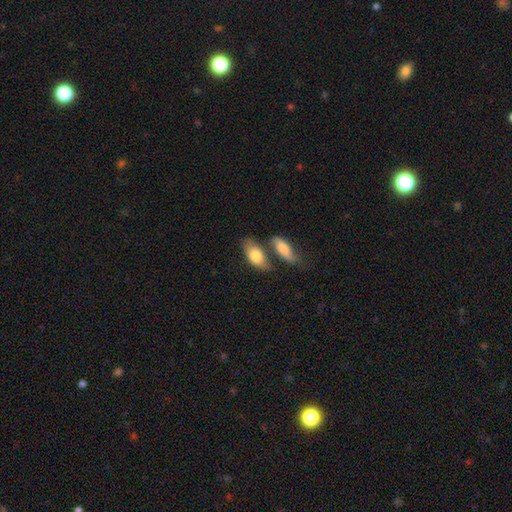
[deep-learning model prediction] Morphology: type=smooth (78%); roundness=in between (87%); merging=none (43%).